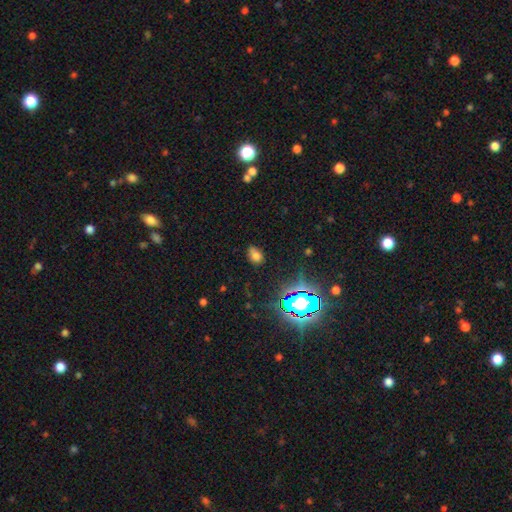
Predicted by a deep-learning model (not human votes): This is likely a smooth galaxy (67%). How rounded: likely in between (76%). Merging: likely none (66%).